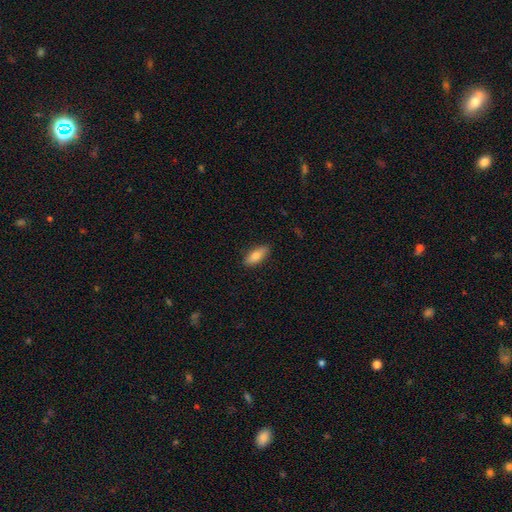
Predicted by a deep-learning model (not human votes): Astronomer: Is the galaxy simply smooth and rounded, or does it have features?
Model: smooth — 81%.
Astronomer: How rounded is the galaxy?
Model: in between — 77%.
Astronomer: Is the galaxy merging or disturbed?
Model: none — 87%.